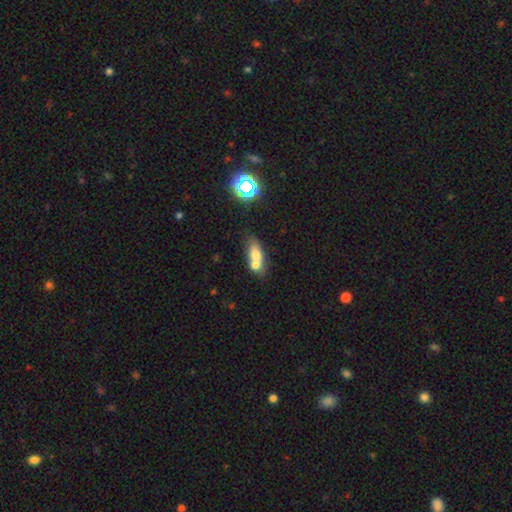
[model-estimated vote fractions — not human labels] smooth-or-featured: smooth: 64% | featured or disk: 24% | star or artifact: 12%
  how-rounded: in between: 67% | round: 17% | cigar-shaped: 16%
  merging: merger: 55% | none: 30% | minor disturbance: 10% | major disturbance: 5%